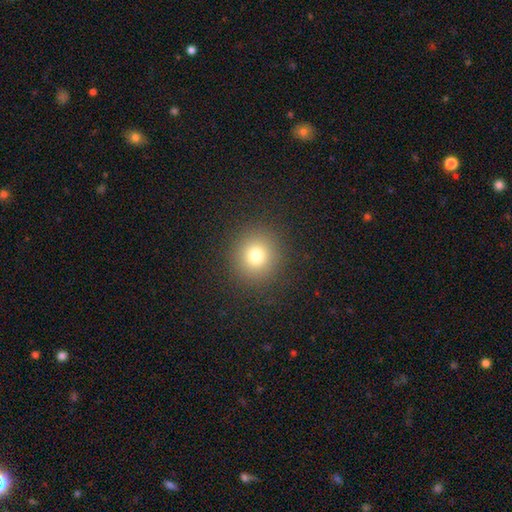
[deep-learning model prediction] This is likely a smooth galaxy (77%). How rounded: clearly round (91%). Merging: clearly none (89%).